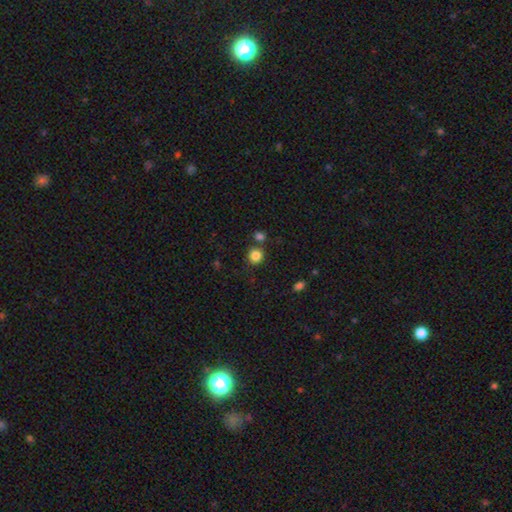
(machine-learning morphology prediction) Smooth or featured: smooth — 84% (star or artifact — 11%)
How rounded: round — 88% (in between — 11%)
Merging: none — 75% (merger — 13%)